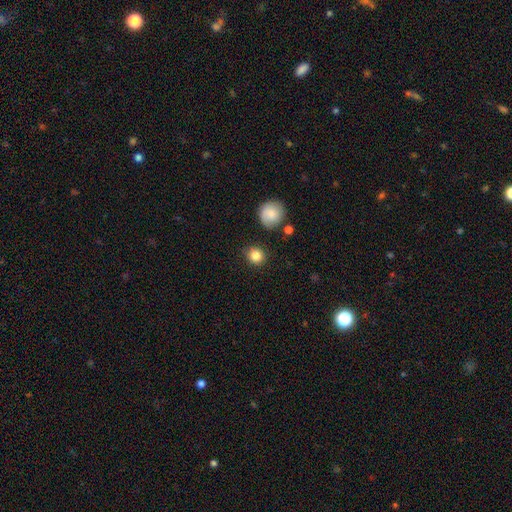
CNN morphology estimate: type=smooth (85%); roundness=round (86%); merging=none (85%).